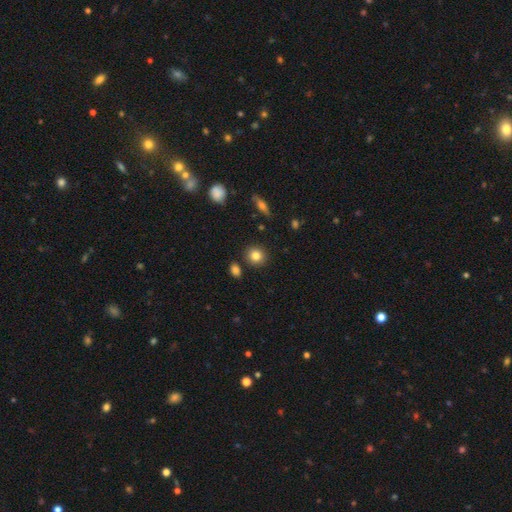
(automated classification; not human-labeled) smooth 83%, star or artifact 10%, featured or disk 7%. Down the decision tree: how rounded — round (85%); merging — none (87%).